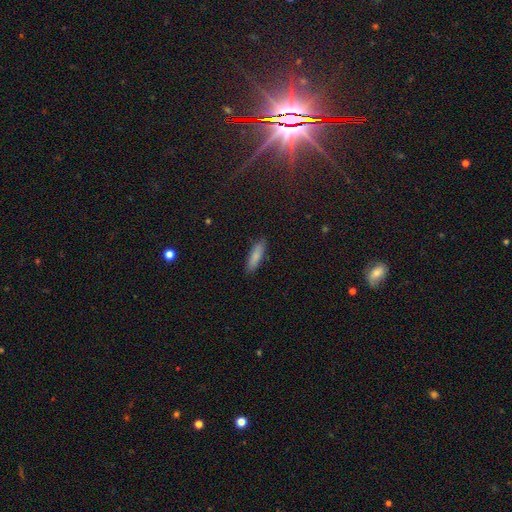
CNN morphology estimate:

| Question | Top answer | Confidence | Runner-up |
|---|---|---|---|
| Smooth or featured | smooth | 83% | featured or disk (10%) |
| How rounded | cigar-shaped | 61% | in between (37%) |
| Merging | none | 88% | minor disturbance (9%) |